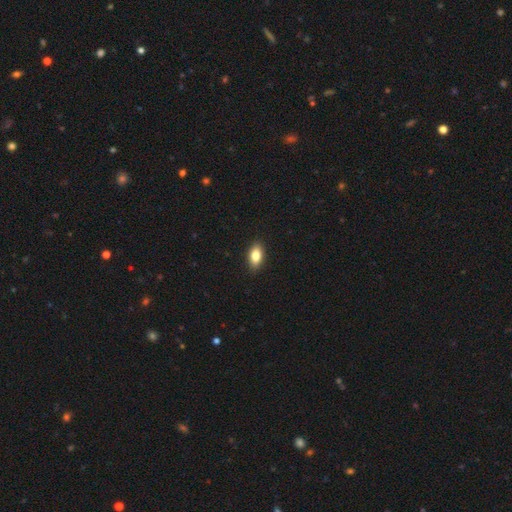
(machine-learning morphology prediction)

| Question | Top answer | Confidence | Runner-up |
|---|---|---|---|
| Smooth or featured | smooth | 82% | featured or disk (11%) |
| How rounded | in between | 89% | cigar-shaped (5%) |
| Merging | none | 90% | minor disturbance (8%) |